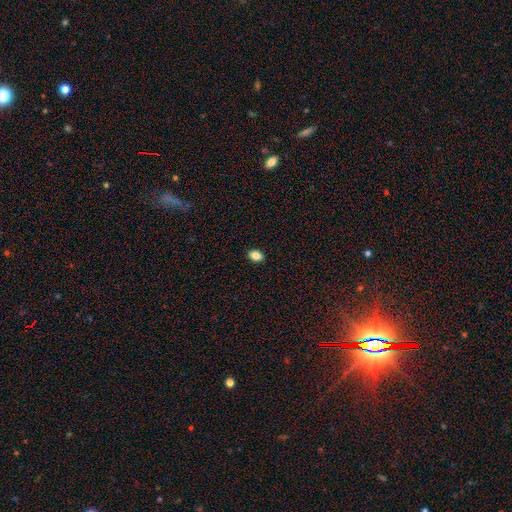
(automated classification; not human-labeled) smooth-or-featured: smooth: 85% | star or artifact: 10% | featured or disk: 5%
  how-rounded: in between: 75% | round: 24% | cigar-shaped: 1%
  merging: none: 90% | minor disturbance: 7% | major disturbance: 2% | merger: 1%